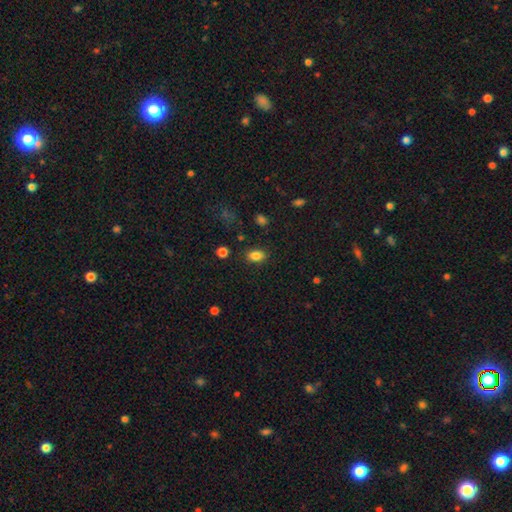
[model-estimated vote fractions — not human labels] Smooth or featured? Predicted: smooth (p=0.85). How rounded? Predicted: in between (p=0.85). Merging? Predicted: none (p=0.85).